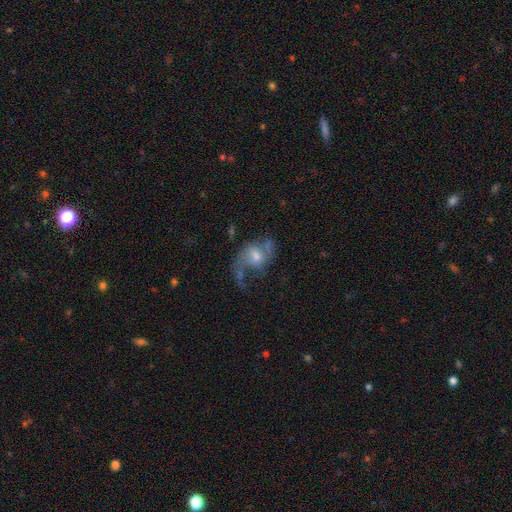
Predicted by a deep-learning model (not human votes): A featured or disk galaxy (70%) with no bar (45%, tied with weak), 2 (64%) loose (68%) spiral arms (83%) and a moderate central bulge (55%).

Vote fractions:
- Smooth or featured? featured or disk: 70% / smooth: 20% / star or artifact: 10%
- Edge-on disk? no: 97% / yes: 3%
- Bar? no: 45% (tied) / weak: 45% (tied) / strong: 10%
- Spiral arms? yes: 83% / no: 17%
- Spiral winding? loose: 68% / medium: 26% / tight: 6%
- Spiral arm count? 2: 64% / 1: 26% / can't tell: 7% / 3: 1% / 4: 1% / more than 4: 1%
- Bulge size? moderate: 55% / small: 31% / large: 8% / none: 4% / dominant: 2%
- Merging? none: 39% / major disturbance: 35% / minor disturbance: 19% / merger: 8%